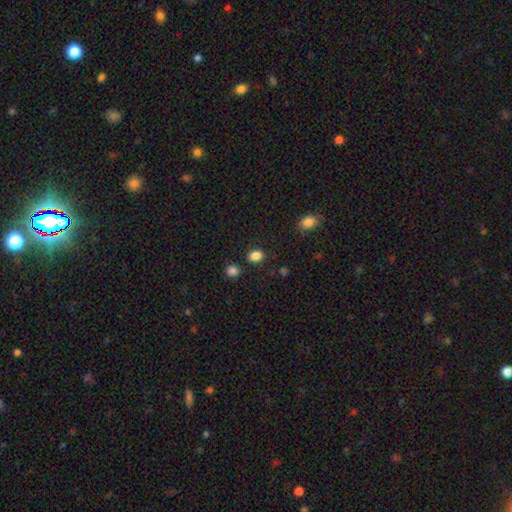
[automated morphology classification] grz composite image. It shows a smooth galaxy with no disk features (86%) that is in between round and cigar-shaped (54%). Merging: none (84%).